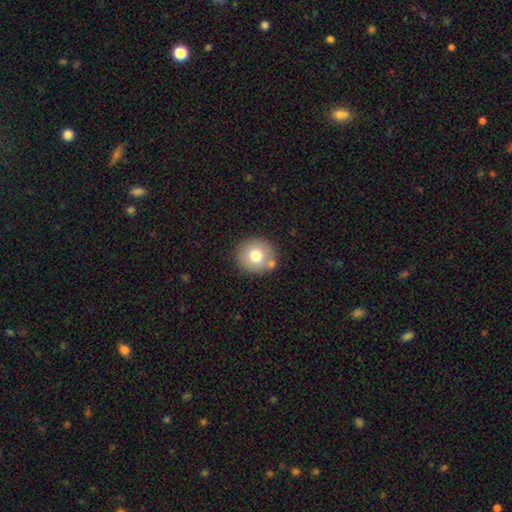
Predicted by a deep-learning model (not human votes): A smooth galaxy with no disk features (74%) that is round (91%). Merging: none (79%).